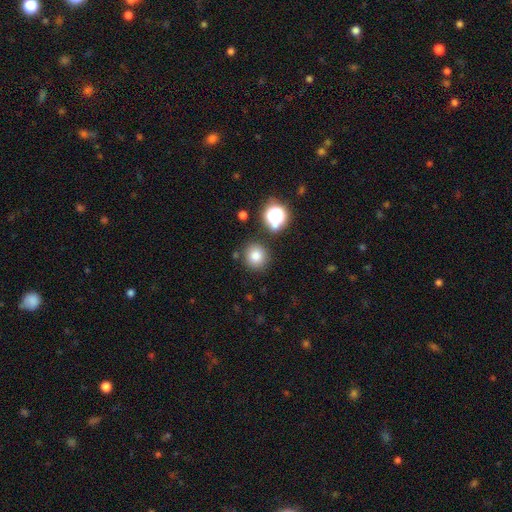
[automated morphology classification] Q: Smooth or featured?
A: smooth (79%); runner-up: star or artifact (15%)
Q: How rounded?
A: round (87%); runner-up: in between (12%)
Q: Merging?
A: none (83%); runner-up: minor disturbance (9%)